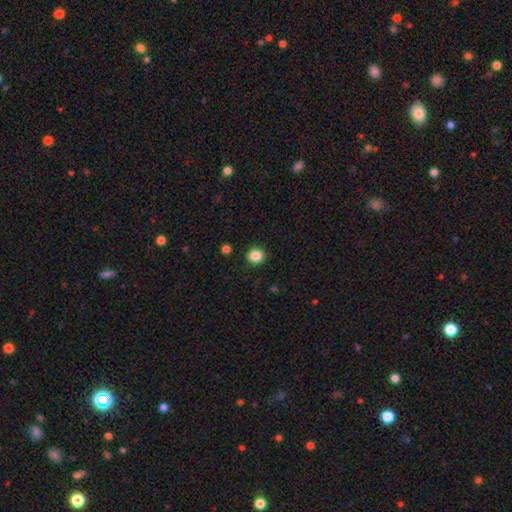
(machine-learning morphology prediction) This is clearly a smooth galaxy (86%). How rounded: clearly round (89%). Merging: clearly none (91%).